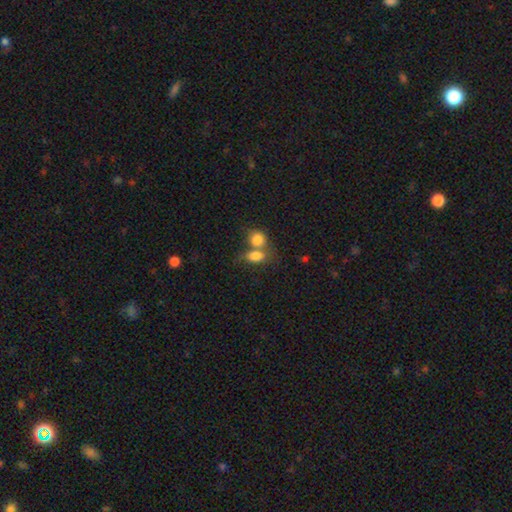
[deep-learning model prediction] smooth_or_featured: smooth (p=0.80) [alt: featured or disk p=0.11]
how_rounded: in between (p=0.68) [alt: round p=0.29]
merging: merger (p=0.58) [alt: none p=0.28]